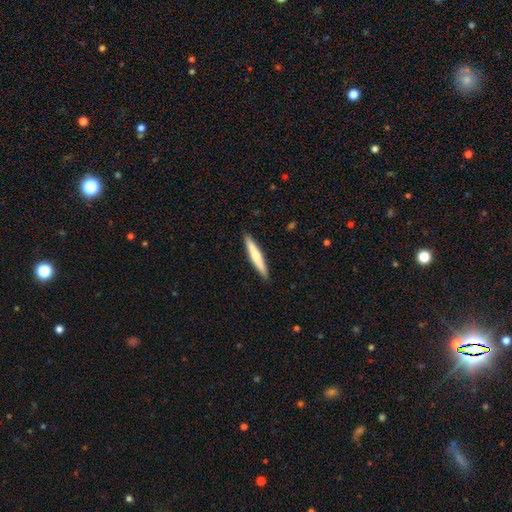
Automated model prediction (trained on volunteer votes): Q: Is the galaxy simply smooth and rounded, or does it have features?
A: smooth — 57%.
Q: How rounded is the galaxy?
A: cigar-shaped — 94%.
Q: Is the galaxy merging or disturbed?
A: none — 91%.